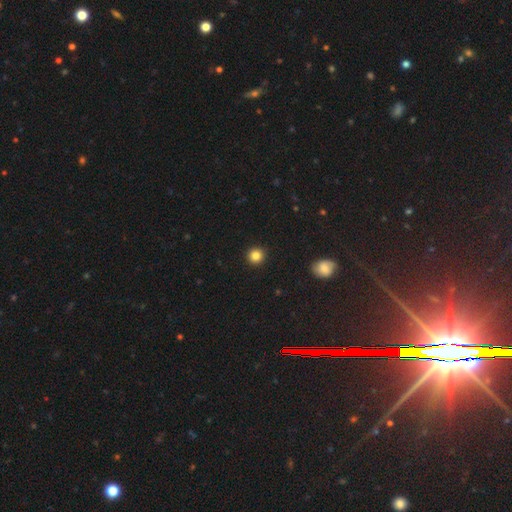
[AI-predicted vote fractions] smooth 84%, star or artifact 11%, featured or disk 5%. Down the decision tree: how rounded — round (95%); merging — none (93%).